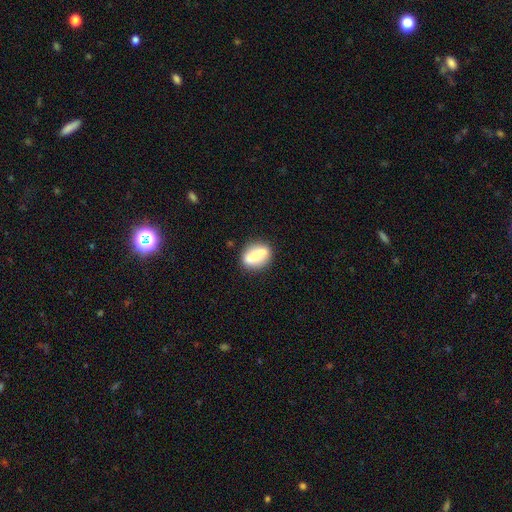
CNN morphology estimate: Smooth or featured: smooth — 71% (featured or disk — 21%)
How rounded: in between — 78% (round — 17%)
Merging: none — 60% (minor disturbance — 17%)